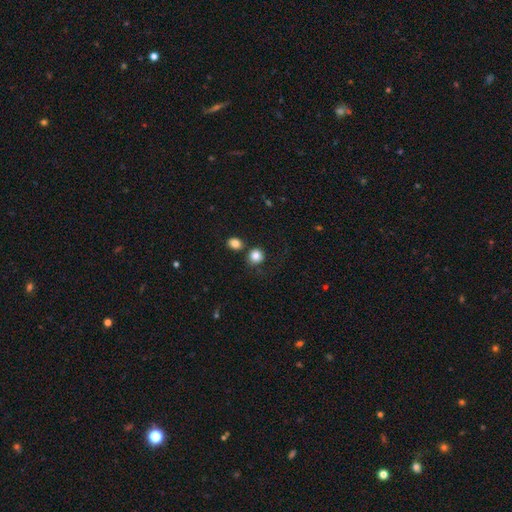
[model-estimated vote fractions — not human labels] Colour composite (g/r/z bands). It shows a smooth galaxy with no disk features (84%) that is round (84%). Merging: none (68%).